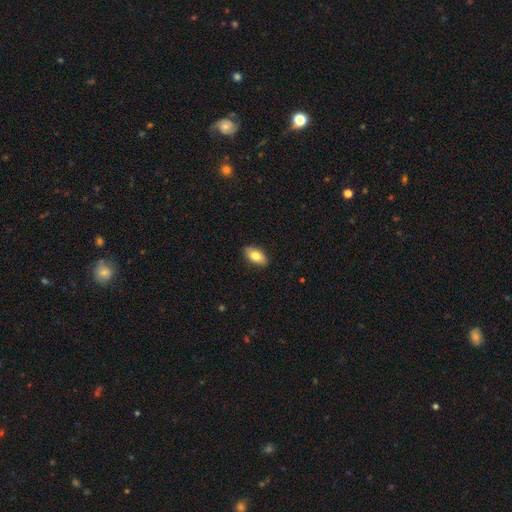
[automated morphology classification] The model was most divided on "smooth or featured": smooth: 78%, featured or disk: 15%, star or artifact: 7%. More confident: how rounded — in between (91%); merging — none (89%).